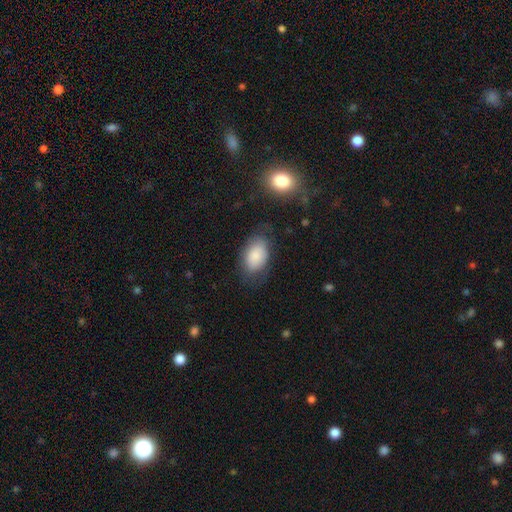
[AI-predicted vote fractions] Smooth or featured: smooth — 83% (featured or disk — 10%)
How rounded: in between — 90% (round — 9%)
Merging: none — 67% (minor disturbance — 21%)